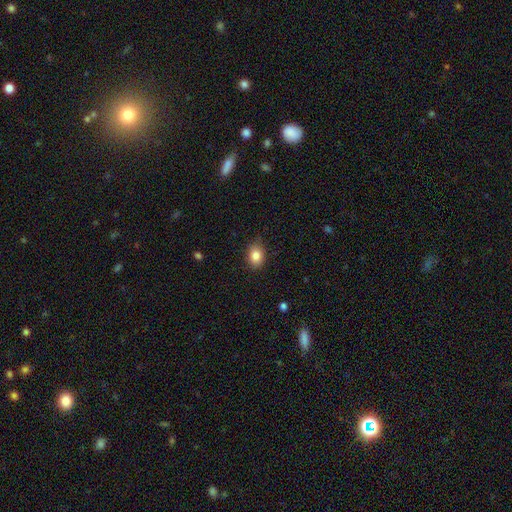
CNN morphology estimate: Smooth or featured? Predicted: smooth (p=0.84). How rounded? Predicted: in between (p=0.61). Merging? Predicted: none (p=0.84).